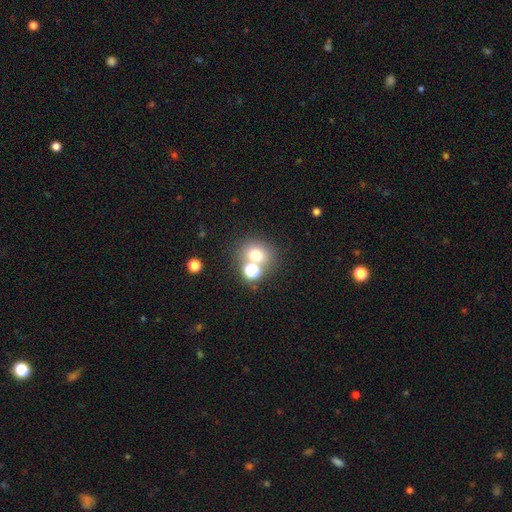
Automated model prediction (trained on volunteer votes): A smooth galaxy with no disk features (71%) that is round (70%).

Vote fractions:
- Smooth or featured? smooth: 71% / star or artifact: 19% / featured or disk: 11%
- How rounded? round: 70% / in between: 29% / cigar-shaped: 1%
- Merging? none: 59% / merger: 28% / minor disturbance: 9% / major disturbance: 4%